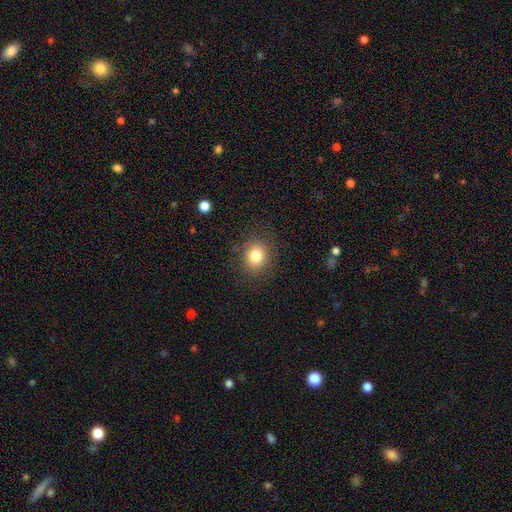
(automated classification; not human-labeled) The model was most divided on "how rounded": round: 74%, in between: 25%, cigar-shaped: 1%. More confident: merging — none (86%); smooth or featured — smooth (80%).